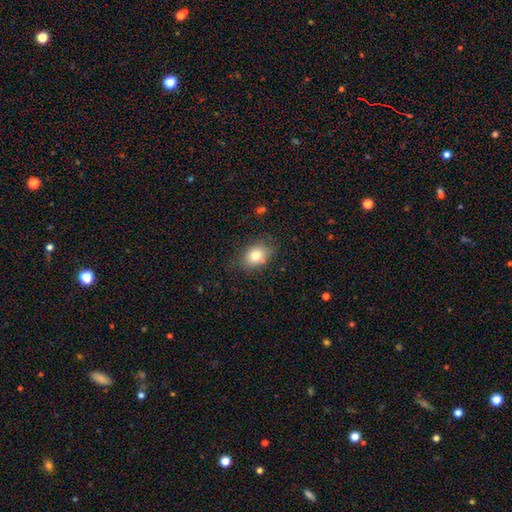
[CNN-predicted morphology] A smooth galaxy with no disk features (80%) that is in between round and cigar-shaped (76%). Merging: none (77%).